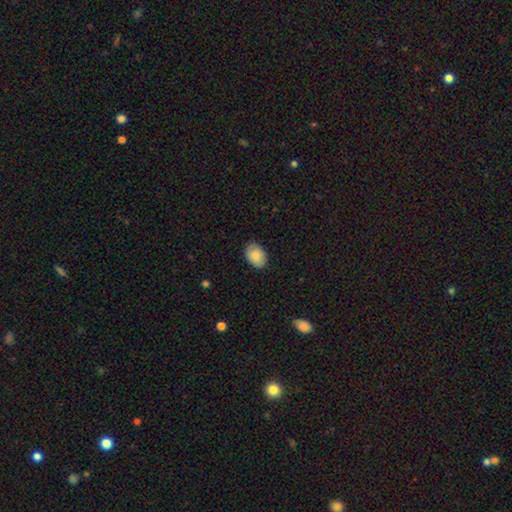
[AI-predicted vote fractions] Q: Smooth or featured?
A: smooth (83%); runner-up: featured or disk (10%)
Q: How rounded?
A: in between (78%); runner-up: round (21%)
Q: Merging?
A: none (81%); runner-up: minor disturbance (15%)